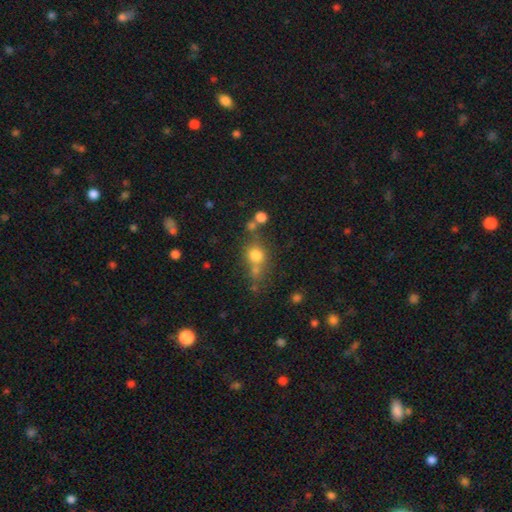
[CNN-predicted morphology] This is likely a smooth galaxy (73%). How rounded: clearly round (81%). Merging: possibly none (54%).